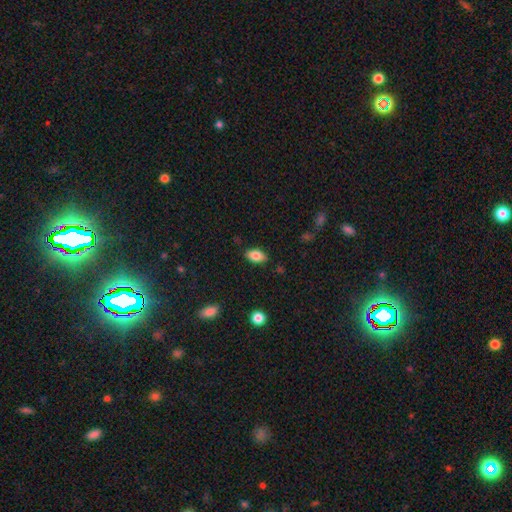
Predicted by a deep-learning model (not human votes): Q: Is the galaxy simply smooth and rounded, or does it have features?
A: smooth — 83%.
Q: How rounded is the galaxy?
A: in between — 91%.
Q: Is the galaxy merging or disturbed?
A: none — 85%.